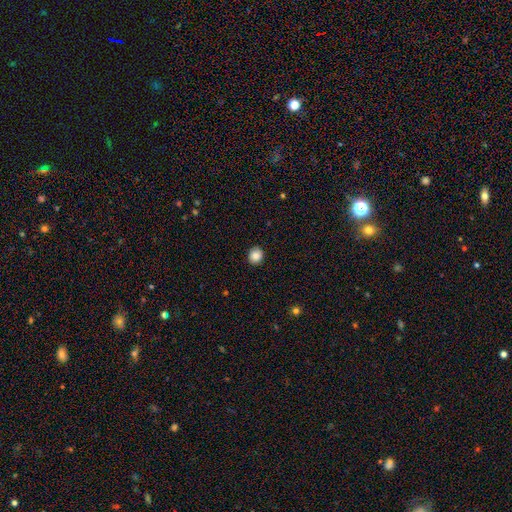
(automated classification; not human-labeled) This appears to be a smooth galaxy with no disk features (87%) that is round (84%). Merging: none (91%).